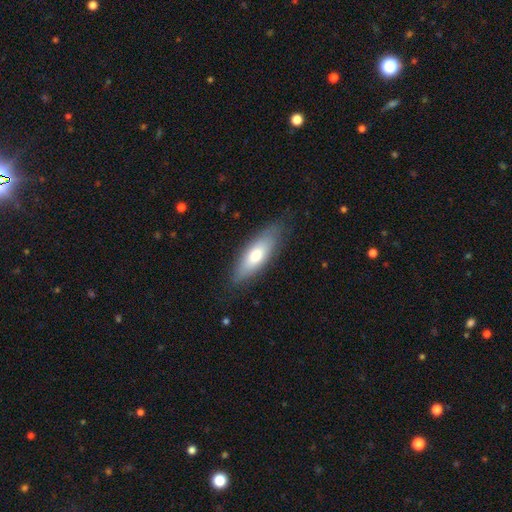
Smooth or featured?
  - smooth: 53% *
  - featured or disk: 47%
  - star or artifact: 0%
How rounded?
  - in between: 63% *
  - cigar-shaped: 37%
  - round: 0%
Merging?
  - none: 83% *
  - minor disturbance: 14%
  - merger: 3%
  - major disturbance: 0%